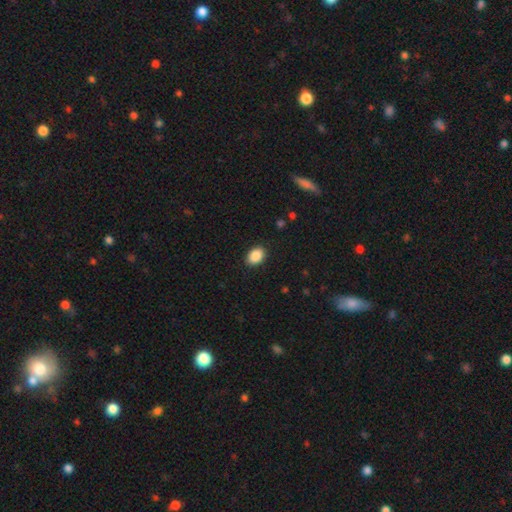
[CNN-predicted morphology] A smooth galaxy with no disk features (88%) that is in between round and cigar-shaped (81%).

Vote fractions:
- Smooth or featured? smooth: 88% / star or artifact: 8% / featured or disk: 4%
- How rounded? in between: 81% / round: 18% / cigar-shaped: 1%
- Merging? none: 89% / minor disturbance: 8% / major disturbance: 2% / merger: 1%